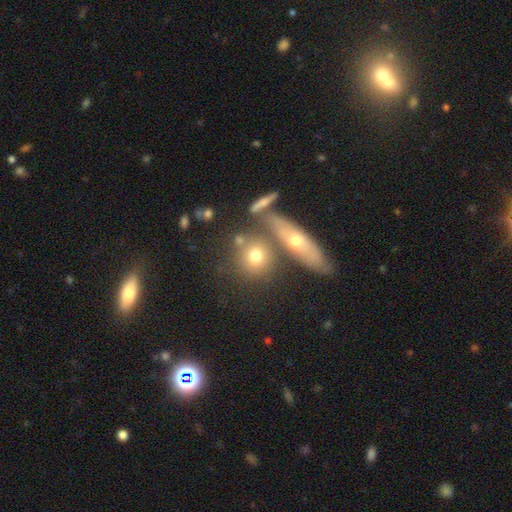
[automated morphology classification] A smooth galaxy with no disk features (68%) that is round (73%). Merging: none (60%).